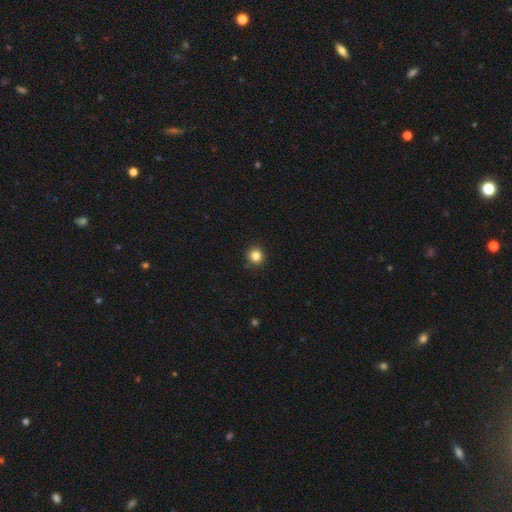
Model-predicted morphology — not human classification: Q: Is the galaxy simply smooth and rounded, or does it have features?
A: smooth — 84%.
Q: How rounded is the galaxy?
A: round — 93%.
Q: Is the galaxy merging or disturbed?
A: none — 91%.